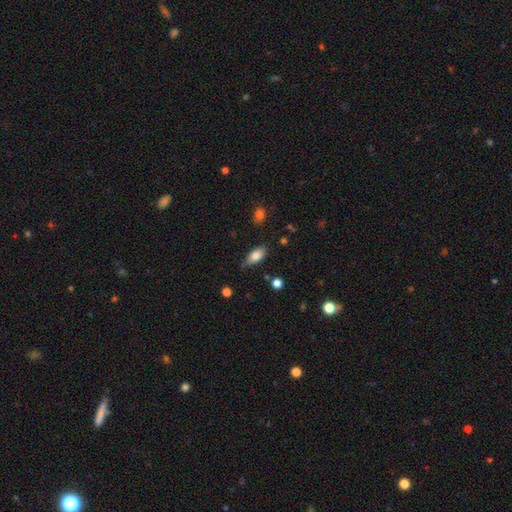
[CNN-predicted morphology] Overall: smooth (77%). How rounded: in between (86%). Merging: none (70%).